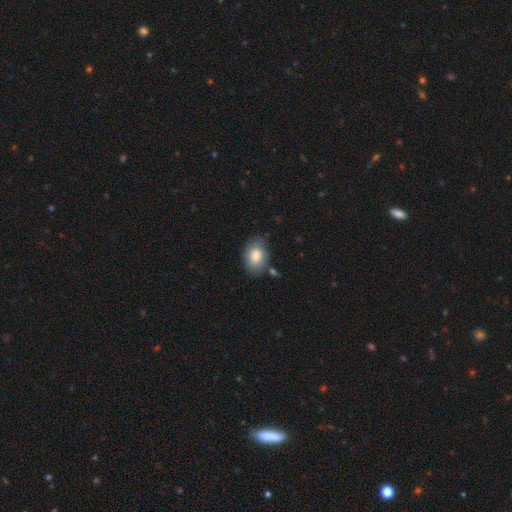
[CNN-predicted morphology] This is clearly a smooth galaxy (81%). How rounded: clearly in between (82%). Merging: likely none (72%).